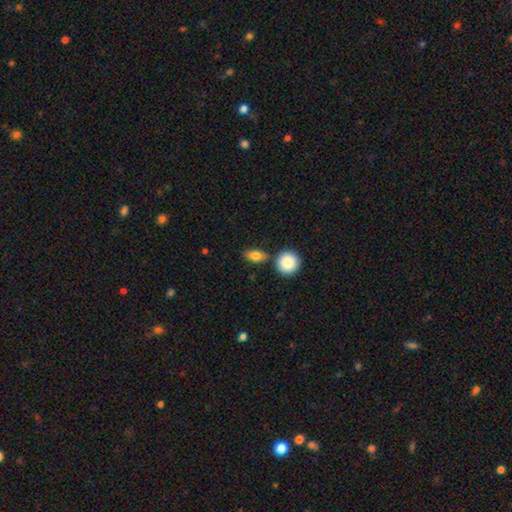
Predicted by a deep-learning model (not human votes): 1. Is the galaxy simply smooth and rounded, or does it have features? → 82% smooth, 10% featured or disk, 8% star or artifact.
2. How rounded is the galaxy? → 73% in between, 21% round, 6% cigar-shaped.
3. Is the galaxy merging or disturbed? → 71% none, 13% merger, 13% minor disturbance, 3% major disturbance.